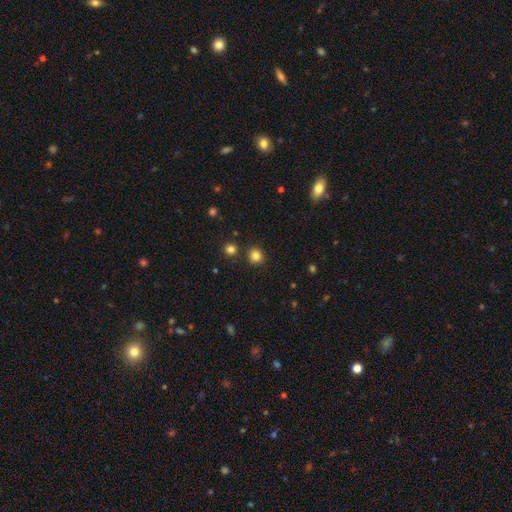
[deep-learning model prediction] Overall: smooth (83%). How rounded: round (91%). Merging: none (87%).